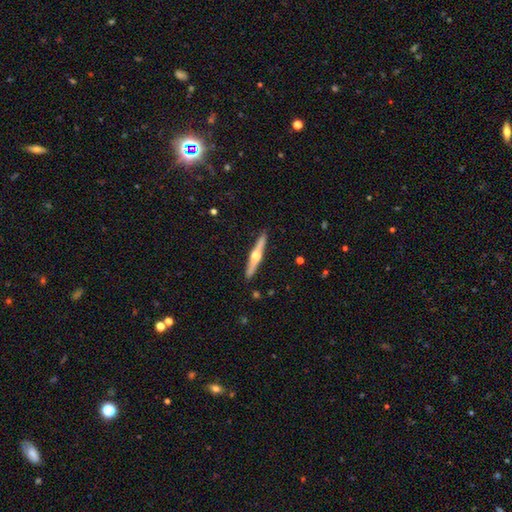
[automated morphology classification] This is likely a featured or disk galaxy (71%). It is clearly viewed edge-on (98%). Edge-on bulge: clearly rounded (94%). Merging: clearly none (91%).